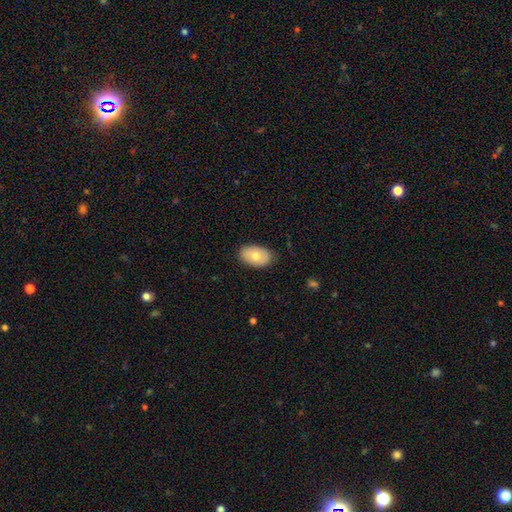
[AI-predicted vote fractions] Morphology: type=smooth (74%); roundness=in between (91%); merging=none (85%).